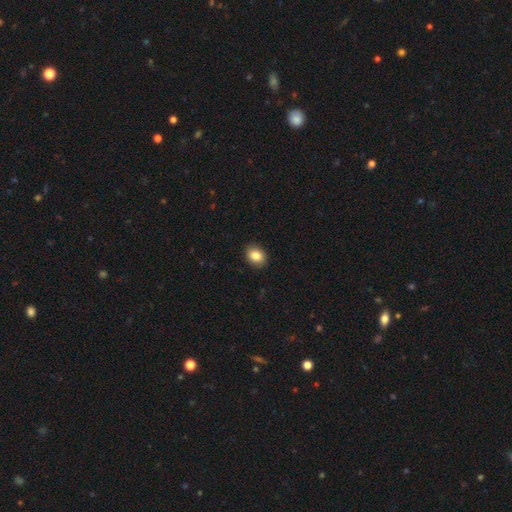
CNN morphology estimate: Smooth or featured? Predicted: smooth (p=0.86). How rounded? Predicted: in between (p=0.58). Merging? Predicted: none (p=0.90).